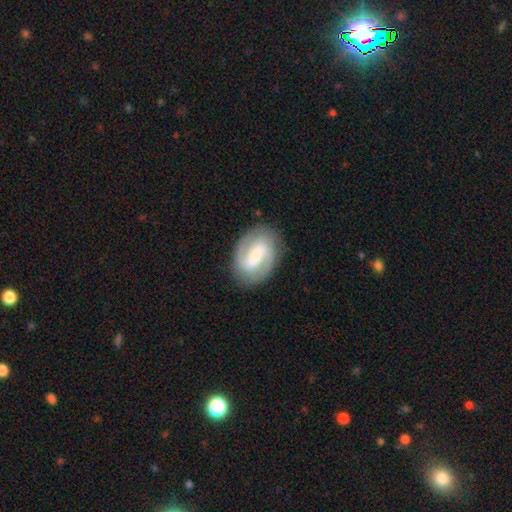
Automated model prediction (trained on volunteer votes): Smooth or featured: featured or disk — 76% (smooth — 19%)
Edge-on disk: no — 97% (yes — 3%)
Bar: weak — 44% (strong — 40%)
Spiral arms: yes — 92% (no — 8%)
Spiral winding: medium — 46% (tight — 38%)
Spiral arm count: 2 — 86% (can't tell — 6%)
Bulge size: small — 42% (moderate — 32%)
Merging: none — 82% (minor disturbance — 12%)